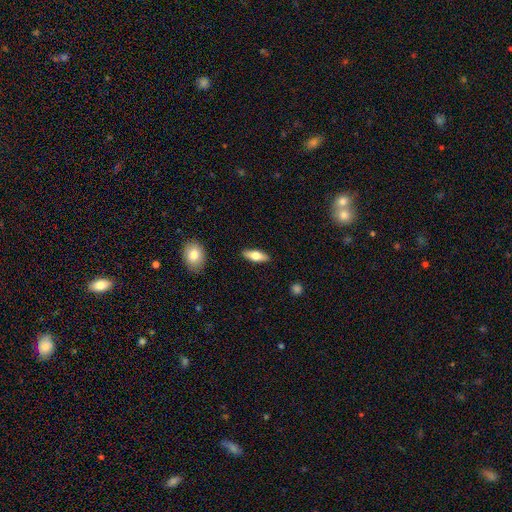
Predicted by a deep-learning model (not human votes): This is likely a smooth galaxy (62%). How rounded: likely in between (64%). Merging: clearly none (89%).